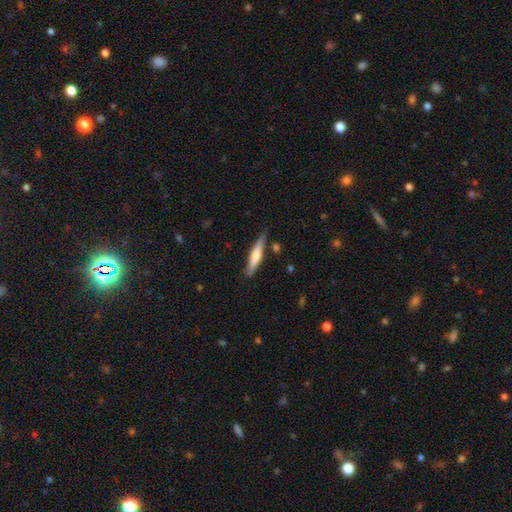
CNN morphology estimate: Q: Smooth or featured?
A: smooth (56%); runner-up: featured or disk (38%)
Q: How rounded?
A: cigar-shaped (89%); runner-up: in between (10%)
Q: Merging?
A: none (83%); runner-up: minor disturbance (12%)